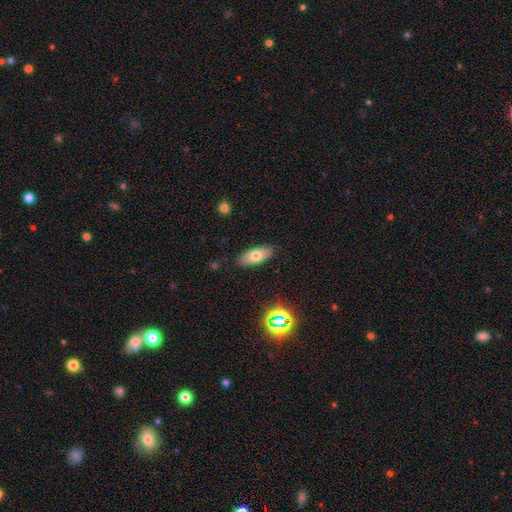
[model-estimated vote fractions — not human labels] This appears to be a smooth galaxy with no disk features (70%) that is in between round and cigar-shaped (82%). Merging: none (87%).